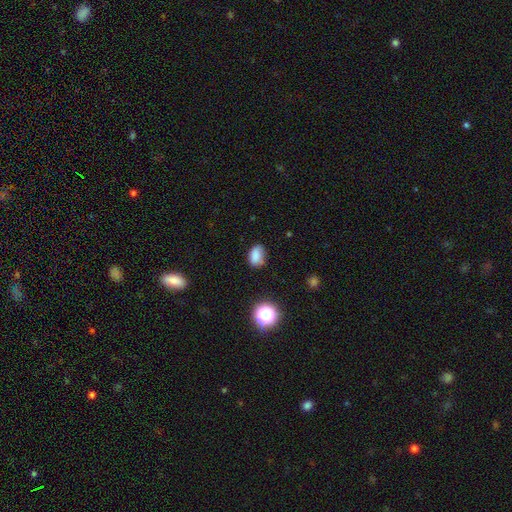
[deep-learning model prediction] A smooth galaxy with no disk features (81%) that is in between round and cigar-shaped (81%). Merging: none (67%).